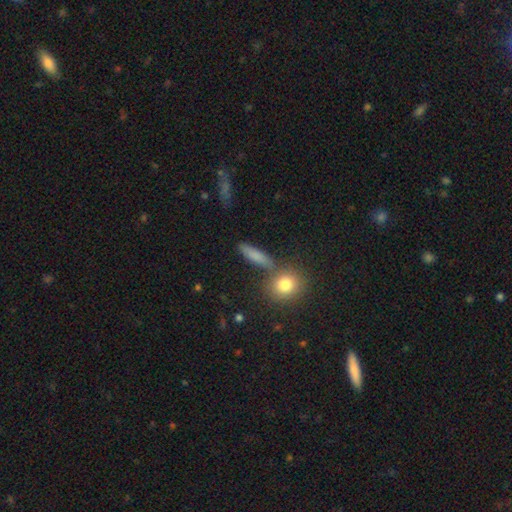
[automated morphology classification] Overall: smooth (76%). How rounded: cigar-shaped (59%; in between 27%). Merging: none (72%).